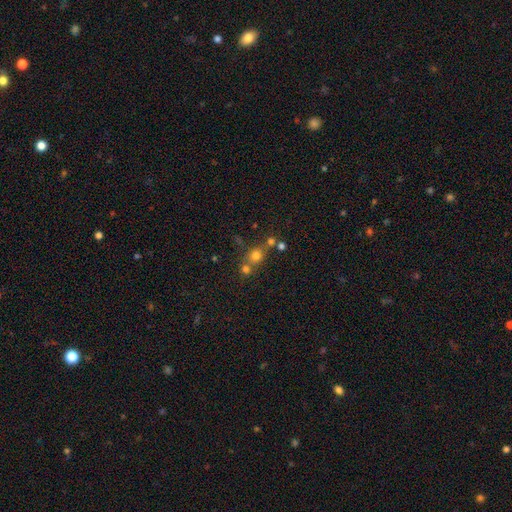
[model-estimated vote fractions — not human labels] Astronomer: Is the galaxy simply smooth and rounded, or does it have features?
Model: smooth — 69%.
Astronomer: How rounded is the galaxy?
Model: round — 84%.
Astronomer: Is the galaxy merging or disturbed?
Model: none — 52% (runner-up: merger, 36%).